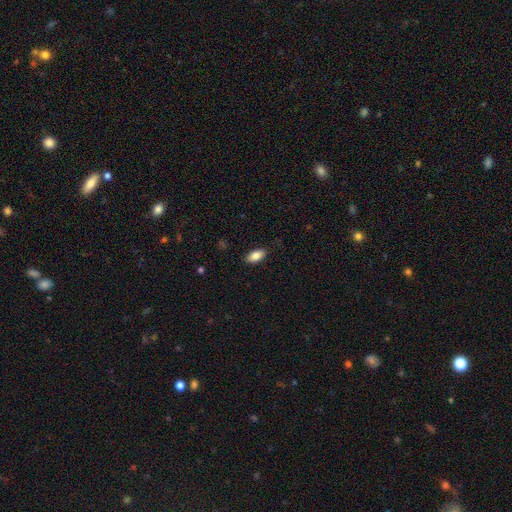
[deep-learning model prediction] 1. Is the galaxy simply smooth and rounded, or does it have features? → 85% smooth, 8% featured or disk, 7% star or artifact.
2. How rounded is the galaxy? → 92% in between, 5% cigar-shaped, 3% round.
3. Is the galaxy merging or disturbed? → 87% none, 10% minor disturbance, 2% major disturbance, 1% merger.